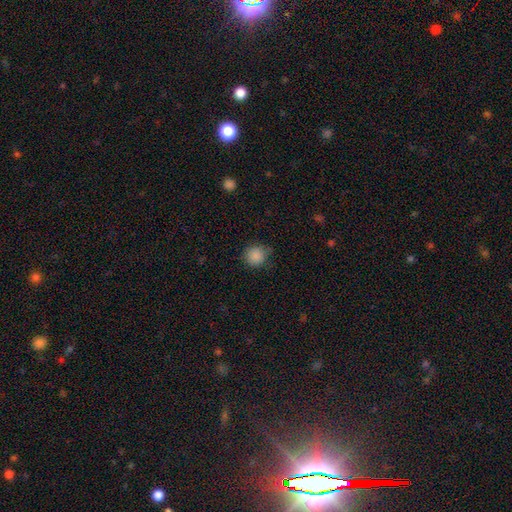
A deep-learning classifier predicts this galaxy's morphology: This is clearly a smooth galaxy (87%). How rounded: clearly round (89%). Merging: likely none (74%).